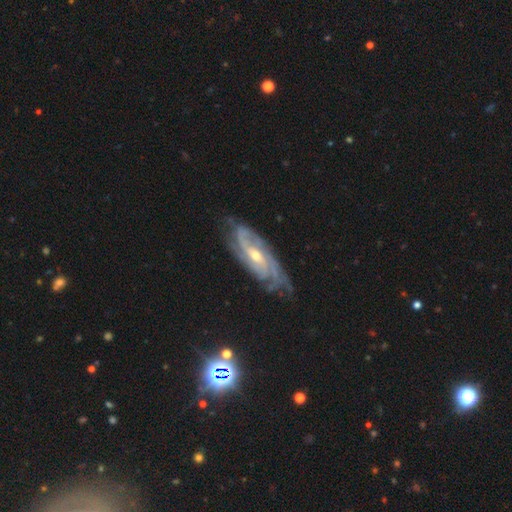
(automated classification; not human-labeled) Smooth or featured: featured or disk — 90% (smooth — 5%)
Edge-on disk: no — 91% (yes — 9%)
Bar: no — 44% (weak — 39%)
Spiral arms: yes — 98% (no — 2%)
Spiral winding: tight — 59% (medium — 33%)
Spiral arm count: 2 — 30% (3 — 23%)
Bulge size: small — 52% (moderate — 45%)
Merging: none — 70% (minor disturbance — 21%)